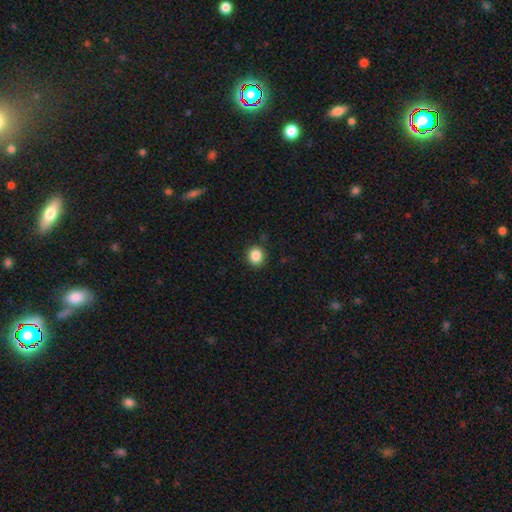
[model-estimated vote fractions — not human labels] smooth_or_featured: smooth (p=0.87) [alt: star or artifact p=0.10]
how_rounded: round (p=0.83) [alt: in between p=0.16]
merging: none (p=0.89) [alt: minor disturbance p=0.08]